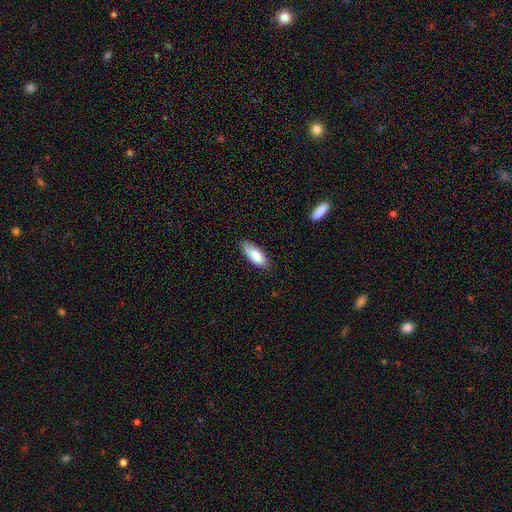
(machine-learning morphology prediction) This appears to be a smooth galaxy with no disk features (86%) that is in between round and cigar-shaped (77%). Merging: none (78%).